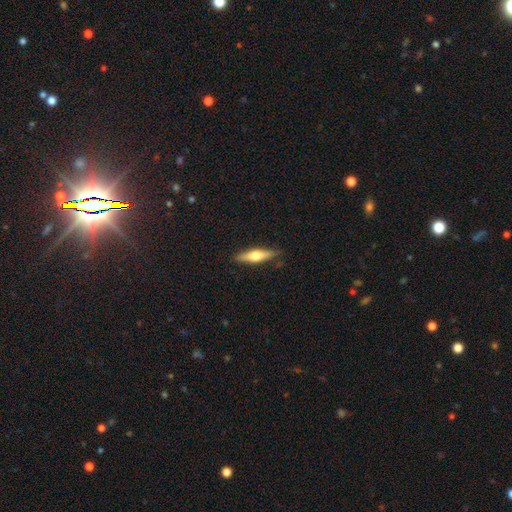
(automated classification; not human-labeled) A featured or disk galaxy (48%). Merging: none (85%).